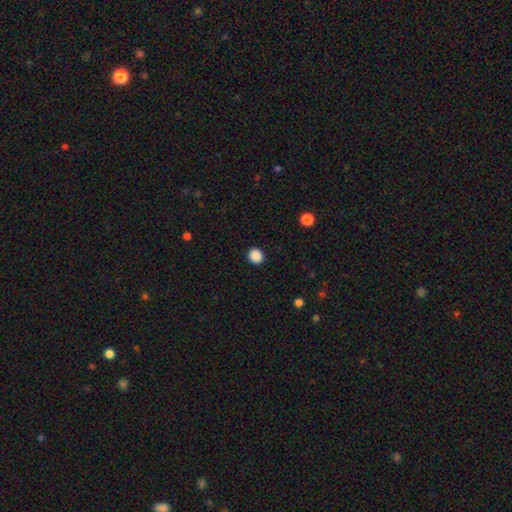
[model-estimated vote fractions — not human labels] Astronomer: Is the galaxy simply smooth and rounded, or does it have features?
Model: smooth — 88%.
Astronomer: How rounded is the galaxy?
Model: round — 81%.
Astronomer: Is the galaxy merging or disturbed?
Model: none — 91%.